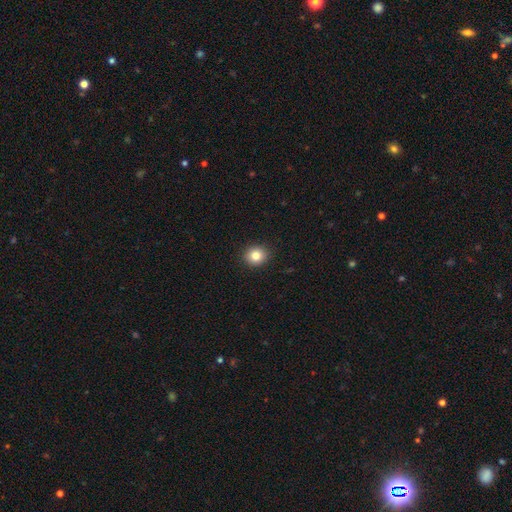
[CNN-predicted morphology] smooth-or-featured: smooth: 83% | star or artifact: 10% | featured or disk: 7%
  how-rounded: round: 80% | in between: 19% | cigar-shaped: 1%
  merging: none: 92% | minor disturbance: 6% | major disturbance: 2% | merger: 1%